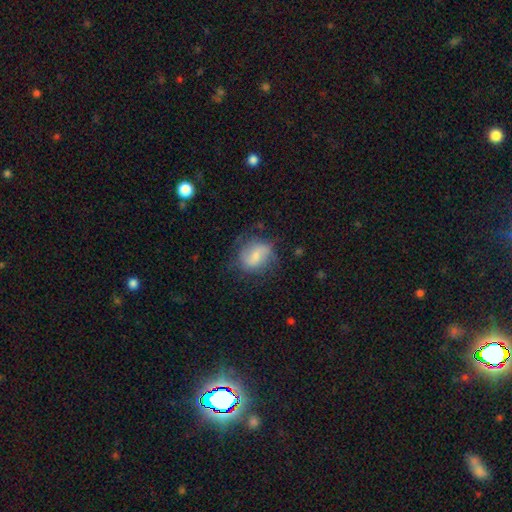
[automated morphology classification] Smooth or featured? Predicted: smooth (p=0.49). Merging? Predicted: none (p=0.64).